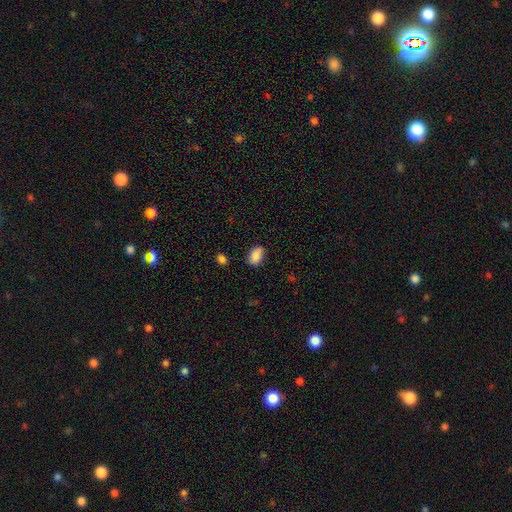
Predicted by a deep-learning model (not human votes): A smooth galaxy with no disk features (87%) that is in between round and cigar-shaped (88%). Merging: none (76%).